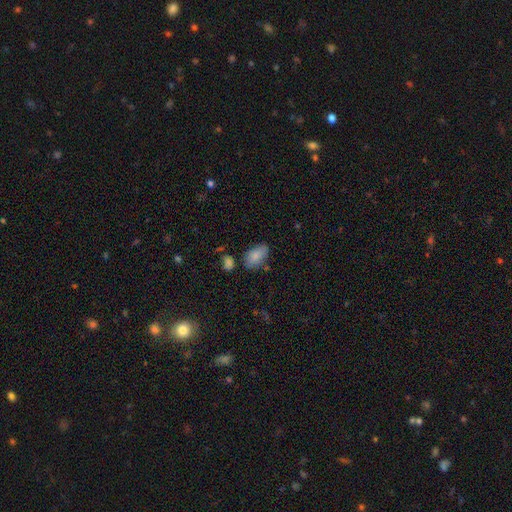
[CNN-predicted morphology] A smooth galaxy with no disk features (83%) that is in between round and cigar-shaped (93%). Merging: none (68%).